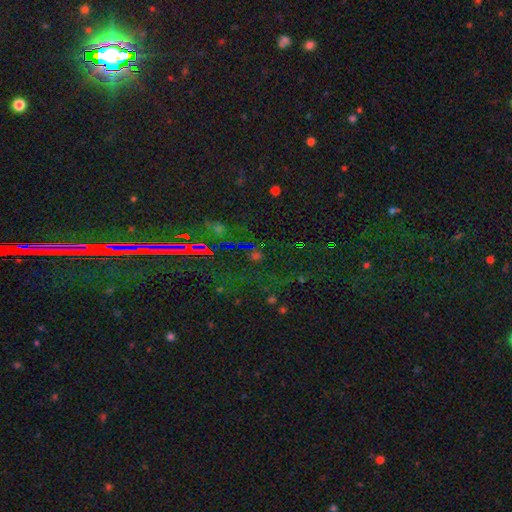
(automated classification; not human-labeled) A star or artifact, not a galaxy (78%).